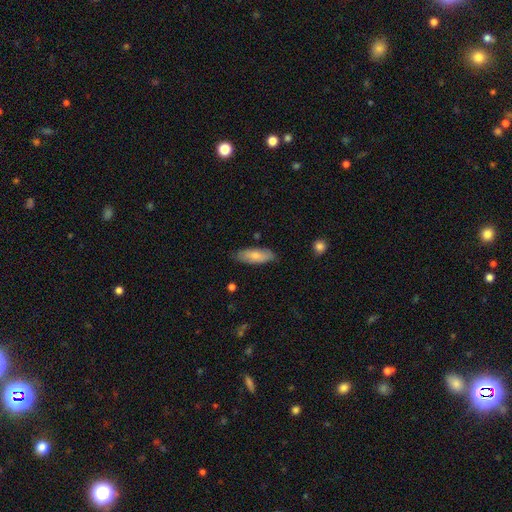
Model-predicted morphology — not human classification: This appears to be a smooth galaxy with no disk features (76%) that is in between round and cigar-shaped (68%). Merging: none (80%).